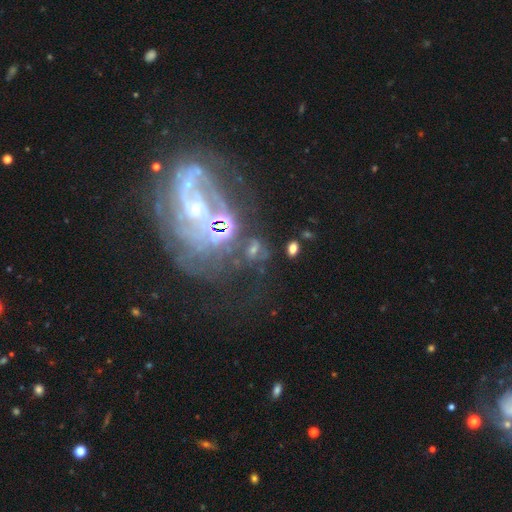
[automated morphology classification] The model was most divided on "merging": none: 36%, major disturbance: 27%, merger: 19%, minor disturbance: 18%. Remaining: edge-on disk — no (97%); smooth or featured — featured or disk (78%); spiral arms — yes (72%); bar — no (65%); bulge size — small (56%); spiral winding — tight (45%); spiral arm count — can't tell (40%).